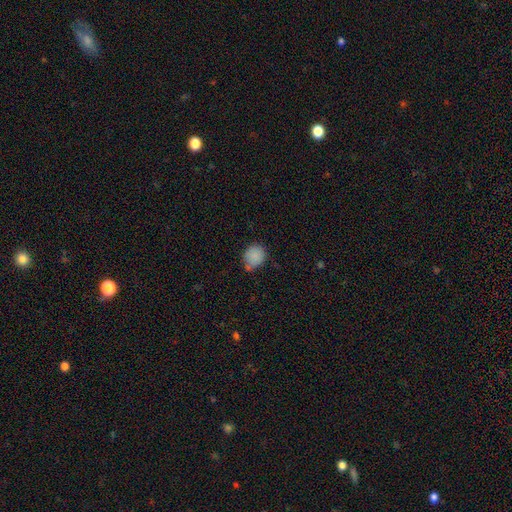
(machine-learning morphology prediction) This is clearly a smooth galaxy (86%). How rounded: likely round (75%). Merging: possibly none (60%).